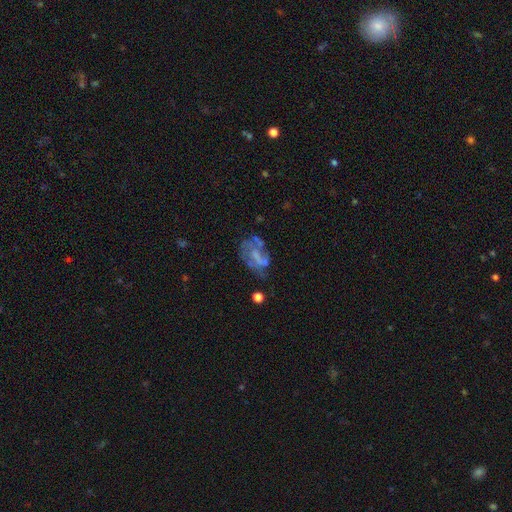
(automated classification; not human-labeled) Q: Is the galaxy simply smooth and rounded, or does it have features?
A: featured or disk — 61%.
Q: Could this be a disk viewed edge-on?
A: no — 97%.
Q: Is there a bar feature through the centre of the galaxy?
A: no — 62%.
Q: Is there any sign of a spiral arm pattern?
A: no — 56%.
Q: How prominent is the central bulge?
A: none — 62%.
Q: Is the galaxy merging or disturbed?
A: major disturbance — 35%.